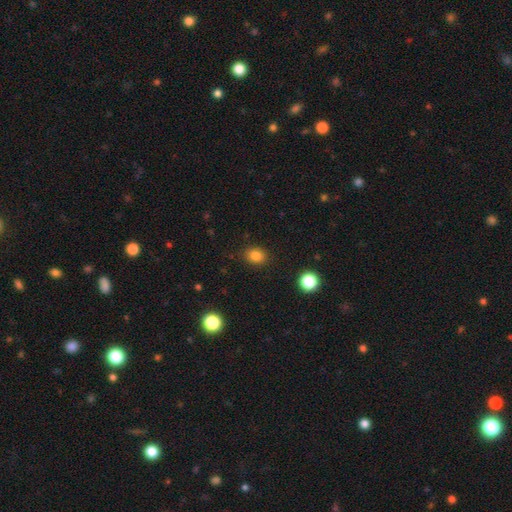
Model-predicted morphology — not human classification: smooth_or_featured: smooth (p=0.84) [alt: star or artifact p=0.12]
how_rounded: round (p=0.57) [alt: in between p=0.42]
merging: none (p=0.88) [alt: minor disturbance p=0.08]